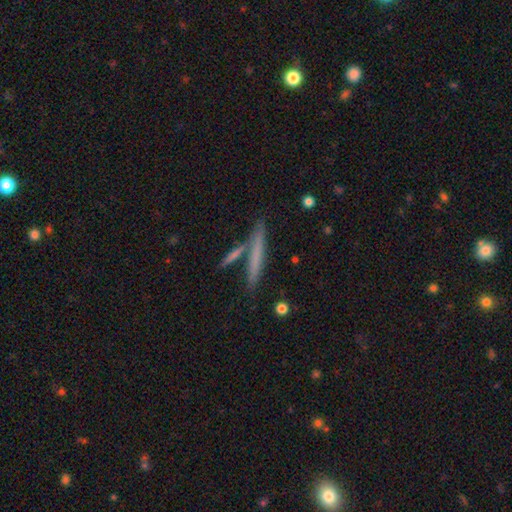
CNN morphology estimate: Smooth or featured: smooth — 60% (featured or disk — 33%)
How rounded: cigar-shaped — 94% (in between — 4%)
Merging: none — 76% (merger — 12%)